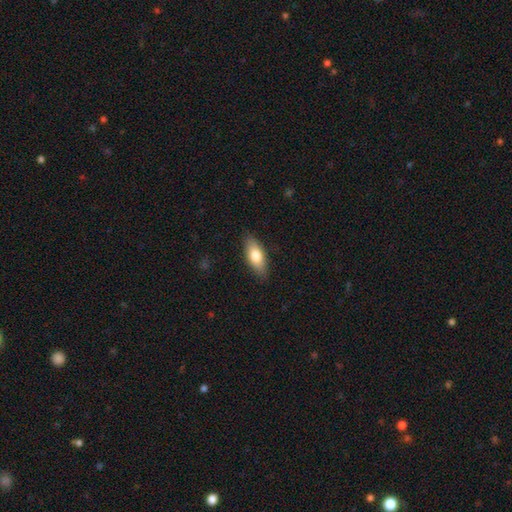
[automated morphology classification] Overall: smooth (74%). How rounded: in between (76%). Merging: none (86%).